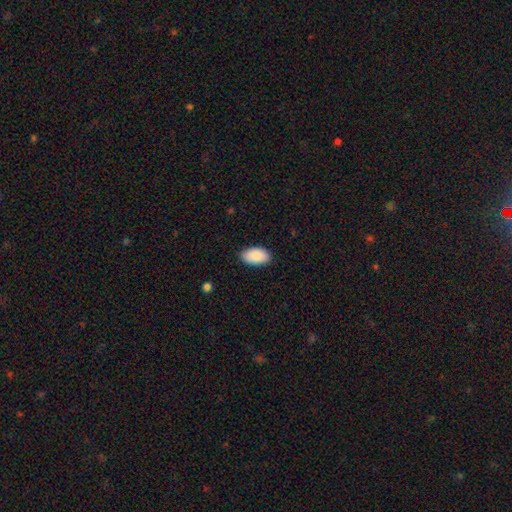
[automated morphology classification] Smooth or featured? Predicted: smooth (p=0.91). How rounded? Predicted: in between (p=0.95). Merging? Predicted: none (p=0.87).